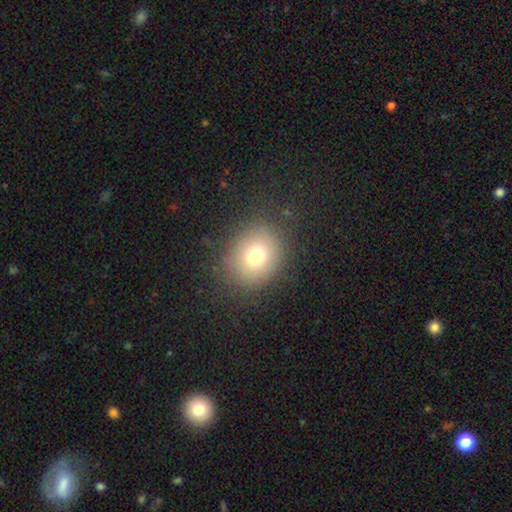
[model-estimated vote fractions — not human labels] Smooth or featured?
  - smooth: 73% *
  - star or artifact: 15%
  - featured or disk: 12%
How rounded?
  - round: 67% *
  - in between: 33%
  - cigar-shaped: 1%
Merging?
  - none: 82% *
  - minor disturbance: 10%
  - major disturbance: 6%
  - merger: 1%